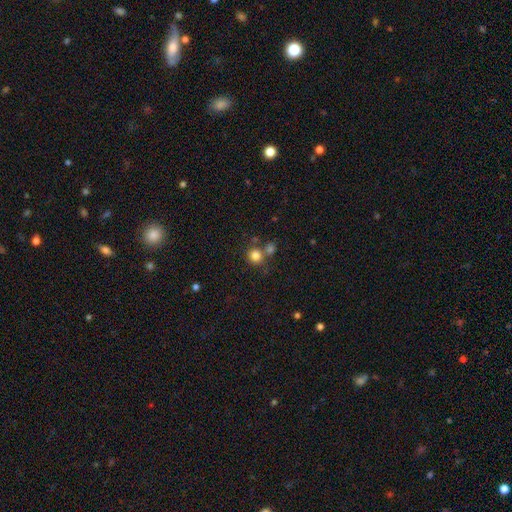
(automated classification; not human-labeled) smooth 81%, star or artifact 13%, featured or disk 6%. Down the decision tree: how rounded — round (88%); merging — none (64%).